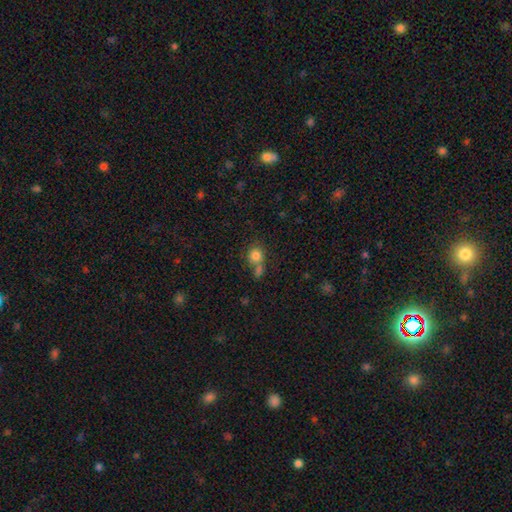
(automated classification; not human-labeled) Morphology: type=smooth (82%); roundness=round (80%); merging=none (50%).